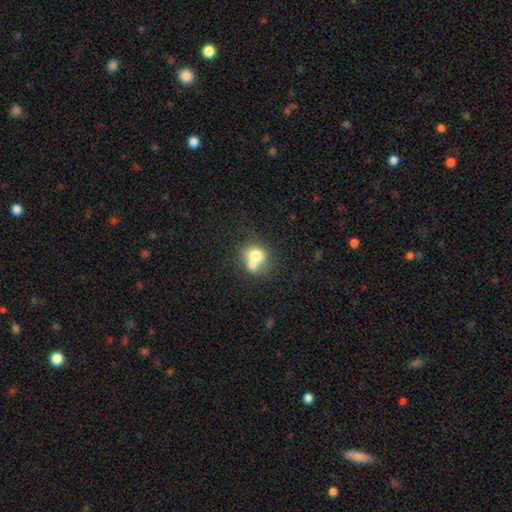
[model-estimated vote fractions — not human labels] Smooth or featured? smooth (69%)
How rounded? round (60%)
Merging? merger (63%)